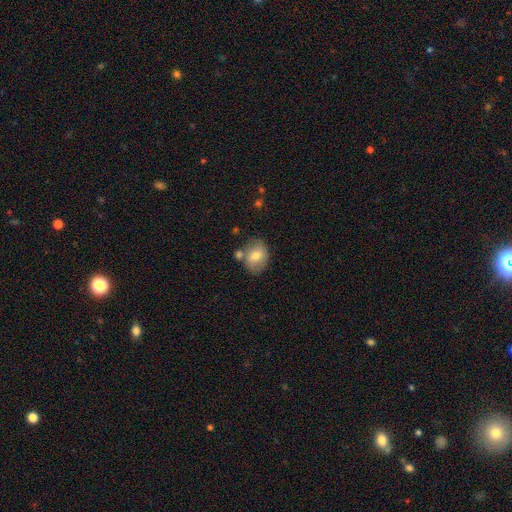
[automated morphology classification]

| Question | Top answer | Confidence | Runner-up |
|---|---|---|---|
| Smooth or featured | smooth | 70% | featured or disk (21%) |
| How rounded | in between | 55% | round (44%) |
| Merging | none | 65% | minor disturbance (16%) |